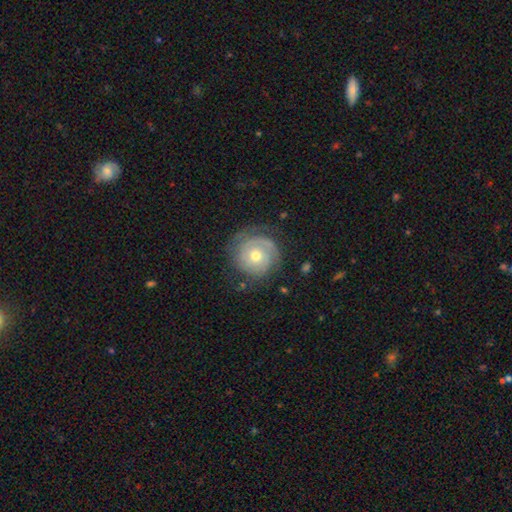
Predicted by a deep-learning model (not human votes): This is likely a featured or disk galaxy (73%). It is clearly not viewed edge-on (97%). Bar: clearly no (81%). Spiral arm pattern: clearly yes (88%). Spiral arm count: marginally 2 (34%). Spiral winding: likely tight (75%). Central bulge: likely moderate (68%). Merging: likely none (73%).